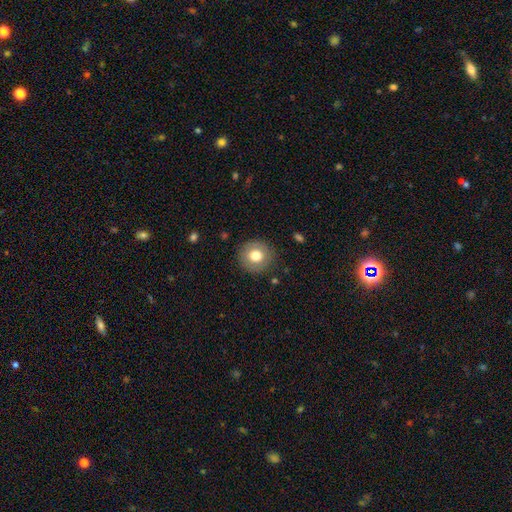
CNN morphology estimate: Smooth or featured? Predicted: smooth (p=0.72). How rounded? Predicted: round (p=0.92). Merging? Predicted: none (p=0.88).